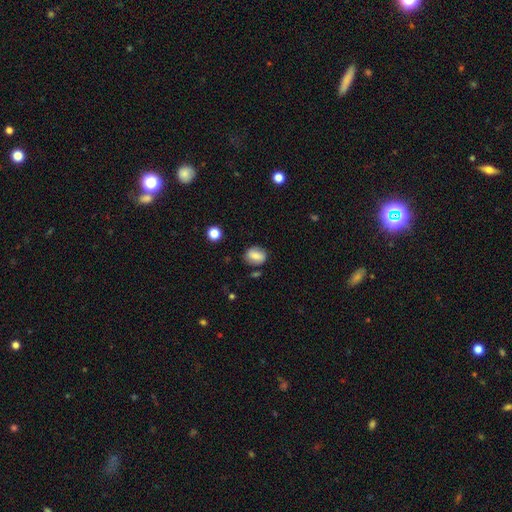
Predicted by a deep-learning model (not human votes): Smooth or featured: smooth — 72% (featured or disk — 19%)
How rounded: in between — 53% (round — 45%)
Merging: none — 78% (minor disturbance — 14%)